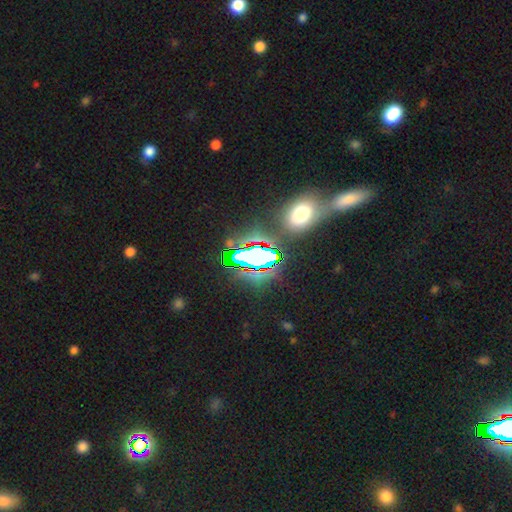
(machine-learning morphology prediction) smooth-or-featured: star or artifact: 68% | smooth: 20% | featured or disk: 12%